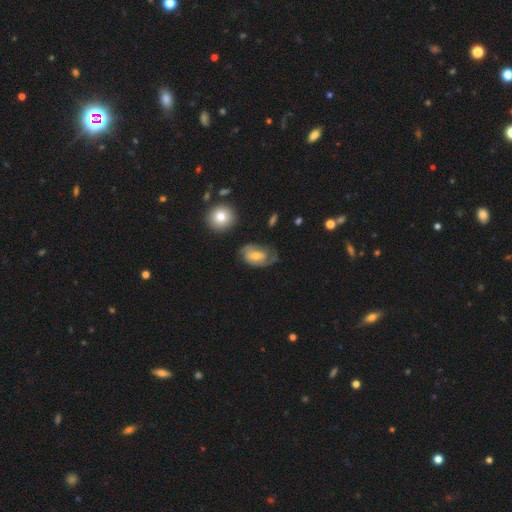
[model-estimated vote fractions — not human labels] Smooth or featured? featured or disk (56%)
Edge-on disk? no (96%)
Bar? no (57%)
Spiral arms? yes (79%)
Bulge size? small (47%, tied with moderate)
Merging? none (46%)